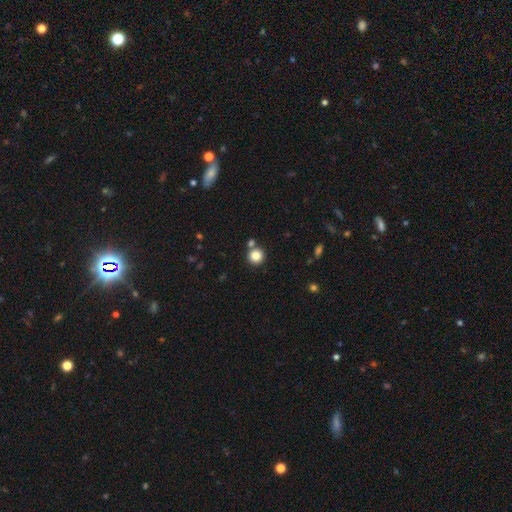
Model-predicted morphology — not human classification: smooth_or_featured: smooth (p=0.83) [alt: star or artifact p=0.11]
how_rounded: round (p=0.93) [alt: in between p=0.07]
merging: none (p=0.76) [alt: merger p=0.14]